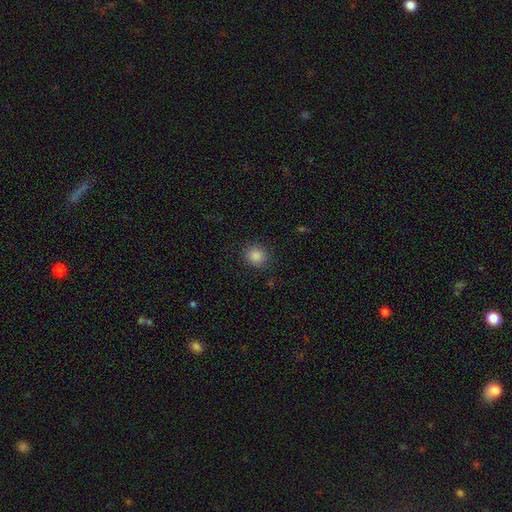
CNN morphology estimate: Smooth or featured? smooth (86%)
How rounded? round (83%)
Merging? none (88%)